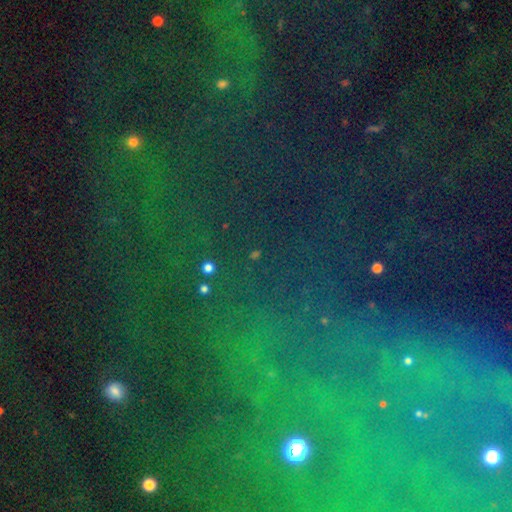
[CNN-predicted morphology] smooth-or-featured: star or artifact: 74% | smooth: 14% | featured or disk: 12%